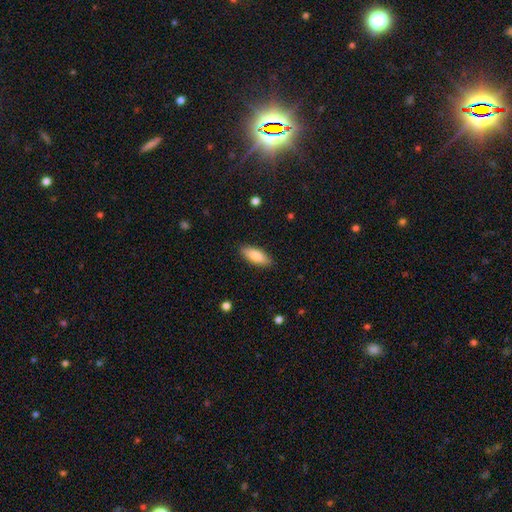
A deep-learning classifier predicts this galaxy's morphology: The model was most divided on "how rounded": in between: 76%, cigar-shaped: 22%, round: 2%. More confident: merging — none (88%); smooth or featured — smooth (84%).